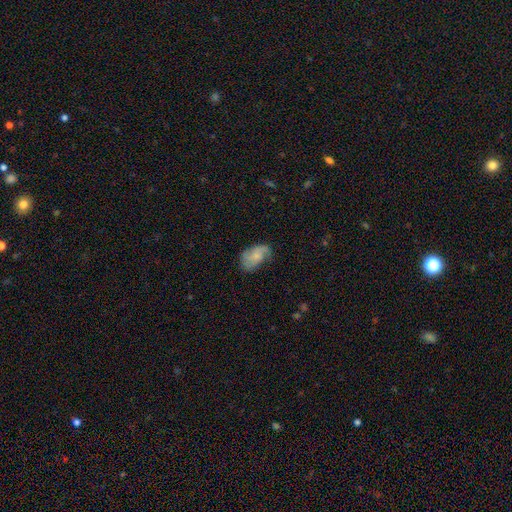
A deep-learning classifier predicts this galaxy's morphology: Smooth or featured?
  - smooth: 46% * (tied)
  - featured or disk: 46% * (tied)
  - star or artifact: 8%
Merging?
  - none: 52% *
  - minor disturbance: 30%
  - major disturbance: 16%
  - merger: 2%